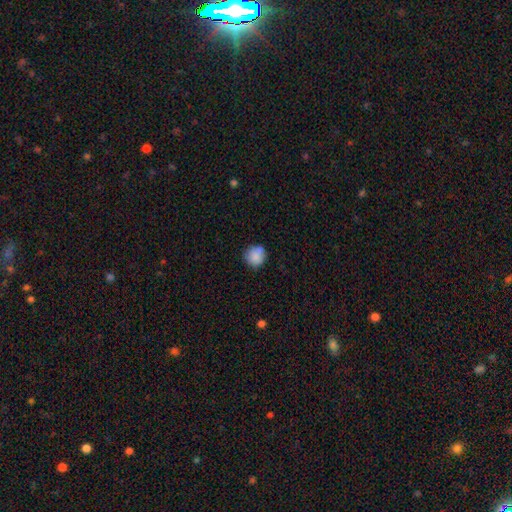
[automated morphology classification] type=smooth (83%); roundness=round (88%); merging=none (71%).